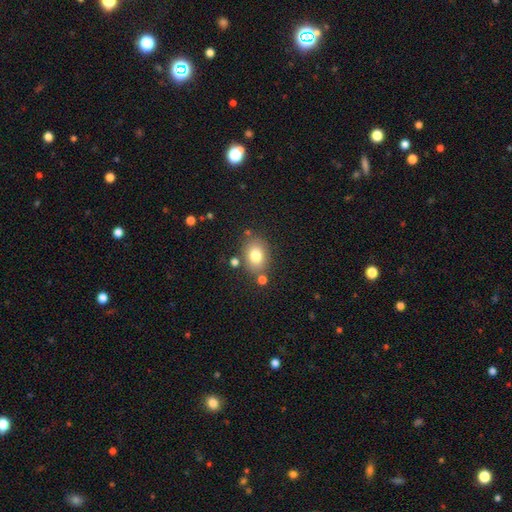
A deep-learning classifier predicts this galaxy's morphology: Q: Smooth or featured?
A: smooth (79%); runner-up: featured or disk (11%)
Q: How rounded?
A: in between (68%); runner-up: round (31%)
Q: Merging?
A: none (76%); runner-up: minor disturbance (13%)